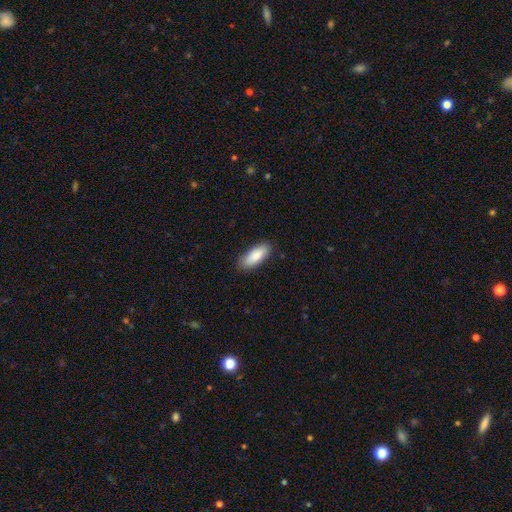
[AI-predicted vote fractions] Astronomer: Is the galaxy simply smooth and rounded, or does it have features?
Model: smooth — 87%.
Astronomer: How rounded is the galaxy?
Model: in between — 77%.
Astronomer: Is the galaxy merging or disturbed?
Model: none — 86%.